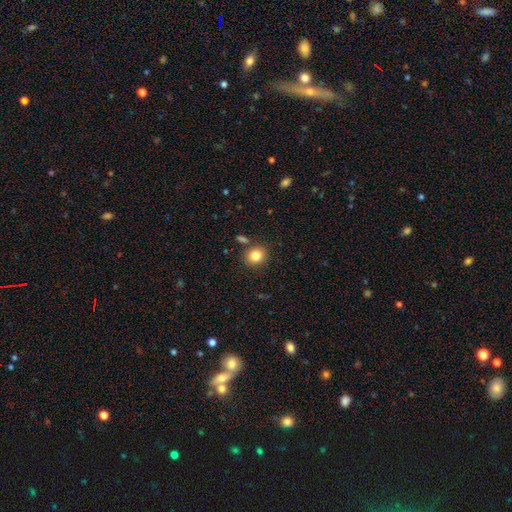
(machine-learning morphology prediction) This is clearly a smooth galaxy (83%). How rounded: likely round (73%). Merging: clearly none (82%).